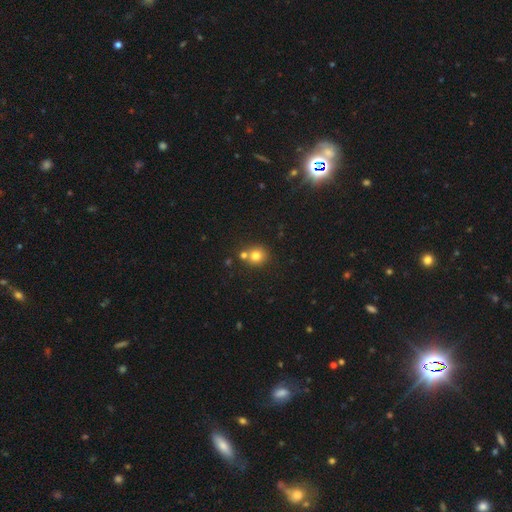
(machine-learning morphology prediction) The model was most divided on "merging": none: 62%, merger: 27%, minor disturbance: 8%, major disturbance: 3%. More confident: how rounded — round (87%); smooth or featured — smooth (77%).